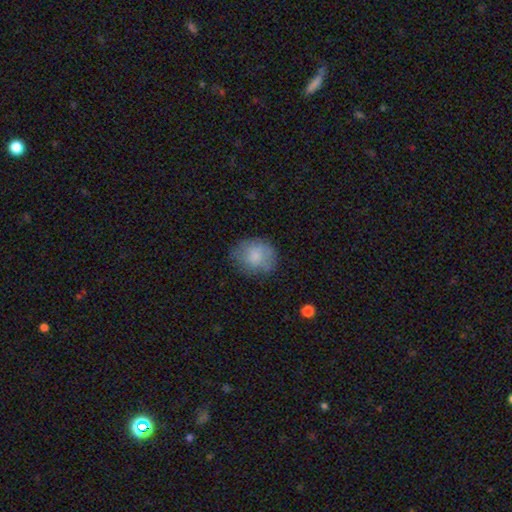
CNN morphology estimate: Smooth or featured?
  - smooth: 77% *
  - featured or disk: 15%
  - star or artifact: 7%
How rounded?
  - round: 66% *
  - in between: 33%
  - cigar-shaped: 1%
Merging?
  - none: 68% *
  - minor disturbance: 22%
  - major disturbance: 8%
  - merger: 1%